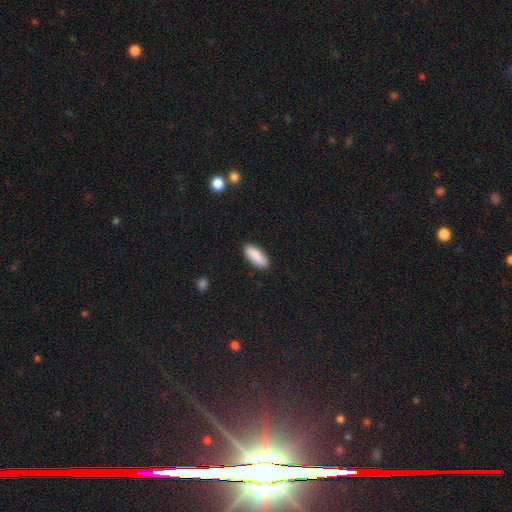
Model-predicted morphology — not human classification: smooth-or-featured: smooth: 89% | star or artifact: 6% | featured or disk: 5%
  how-rounded: in between: 73% | cigar-shaped: 25% | round: 2%
  merging: none: 88% | minor disturbance: 9% | major disturbance: 2% | merger: 1%